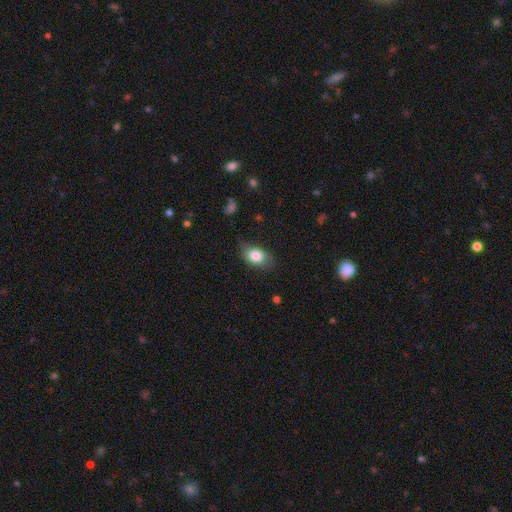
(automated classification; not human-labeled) The model was most divided on "merging": none: 71%, minor disturbance: 22%, major disturbance: 6%, merger: 1%. More confident: how rounded — in between (81%); smooth or featured — smooth (80%).